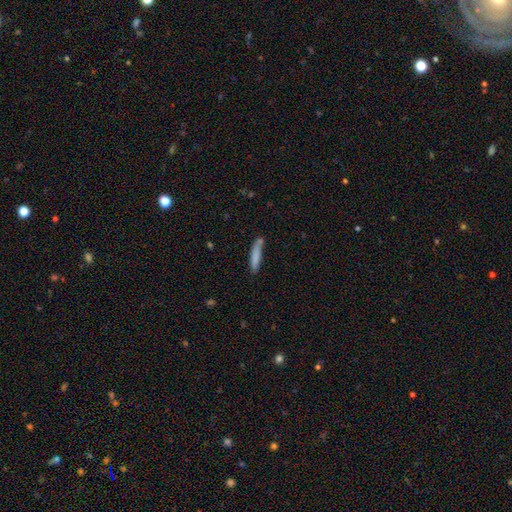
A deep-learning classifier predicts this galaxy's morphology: This is likely a smooth galaxy (80%). How rounded: clearly cigar-shaped (88%). Merging: likely none (69%).